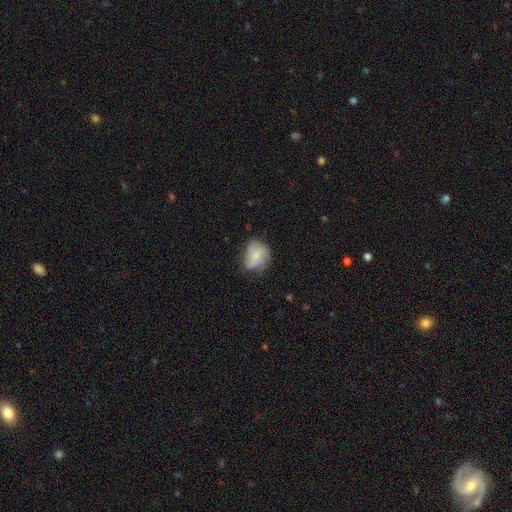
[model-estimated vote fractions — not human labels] Overall: smooth (52%; featured or disk 40%). How rounded: round (55%; in between 43%). Merging: none (52%; minor disturbance 32%).